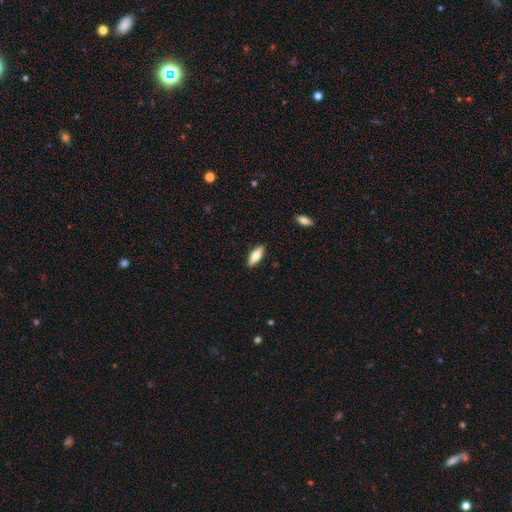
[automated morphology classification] Q: Smooth or featured?
A: smooth (68%); runner-up: featured or disk (26%)
Q: How rounded?
A: in between (61%); runner-up: cigar-shaped (36%)
Q: Merging?
A: none (89%); runner-up: minor disturbance (8%)